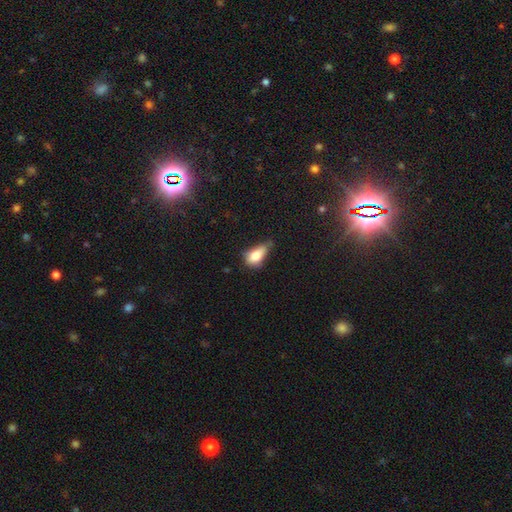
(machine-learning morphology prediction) This appears to be a smooth galaxy with no disk features (76%) that is in between round and cigar-shaped (84%). Merging: minor disturbance (44%).